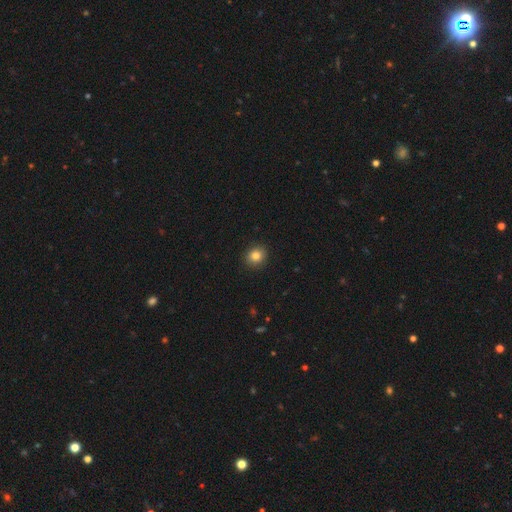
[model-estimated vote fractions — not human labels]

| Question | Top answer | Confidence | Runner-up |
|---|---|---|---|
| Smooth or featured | smooth | 84% | star or artifact (10%) |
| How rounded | round | 77% | in between (22%) |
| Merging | none | 91% | minor disturbance (6%) |